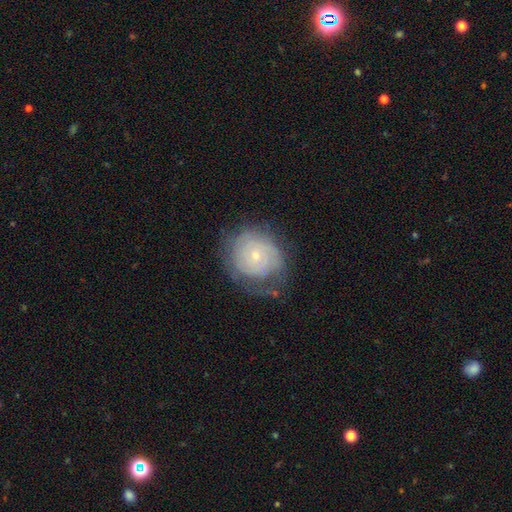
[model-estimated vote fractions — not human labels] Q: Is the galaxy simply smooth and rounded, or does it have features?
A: featured or disk — 60%.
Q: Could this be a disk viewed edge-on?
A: no — 97%.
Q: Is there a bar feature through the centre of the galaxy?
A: no — 84%.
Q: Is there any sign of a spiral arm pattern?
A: yes — 77%.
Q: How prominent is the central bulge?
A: small — 75%.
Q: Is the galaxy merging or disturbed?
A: none — 60%.